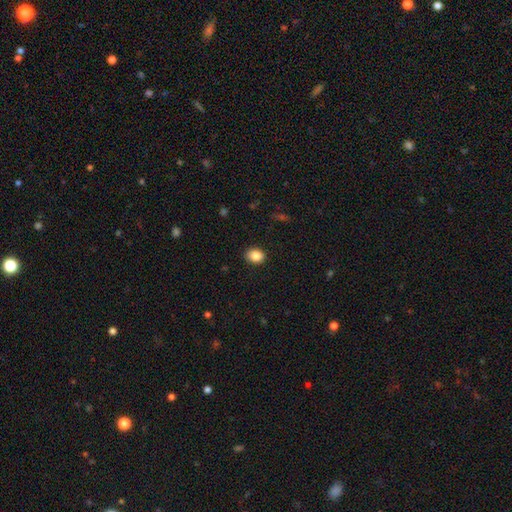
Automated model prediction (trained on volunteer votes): smooth_or_featured: smooth (p=0.86) [alt: star or artifact p=0.09]
how_rounded: in between (p=0.55) [alt: round p=0.44]
merging: none (p=0.88) [alt: minor disturbance p=0.09]